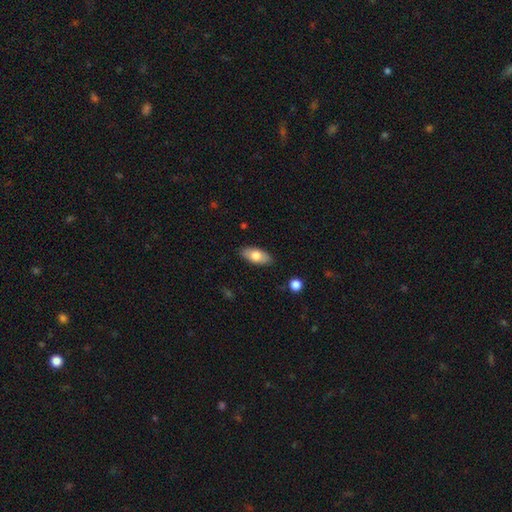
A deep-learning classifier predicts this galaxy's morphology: This appears to be a smooth galaxy with no disk features (74%) that is in between round and cigar-shaped (89%). Merging: none (87%).